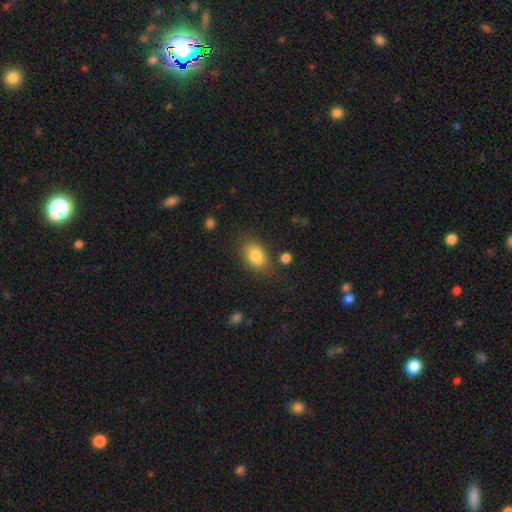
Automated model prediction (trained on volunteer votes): smooth-or-featured: smooth: 84% | featured or disk: 8% | star or artifact: 8%
  how-rounded: in between: 86% | round: 12% | cigar-shaped: 2%
  merging: none: 74% | minor disturbance: 16% | major disturbance: 6% | merger: 4%